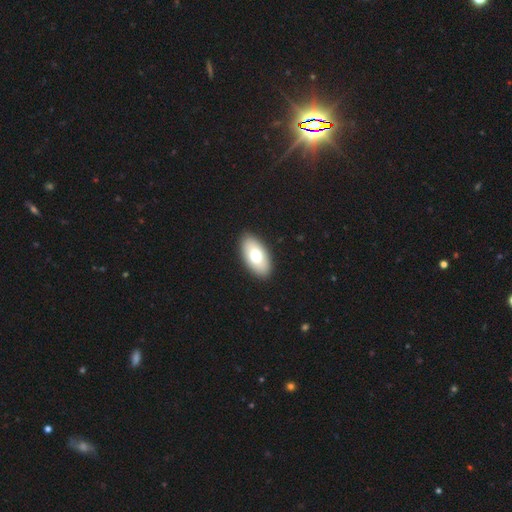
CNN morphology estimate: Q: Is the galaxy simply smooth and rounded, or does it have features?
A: smooth — 71%.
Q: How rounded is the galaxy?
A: in between — 94%.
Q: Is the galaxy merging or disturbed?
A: none — 91%.